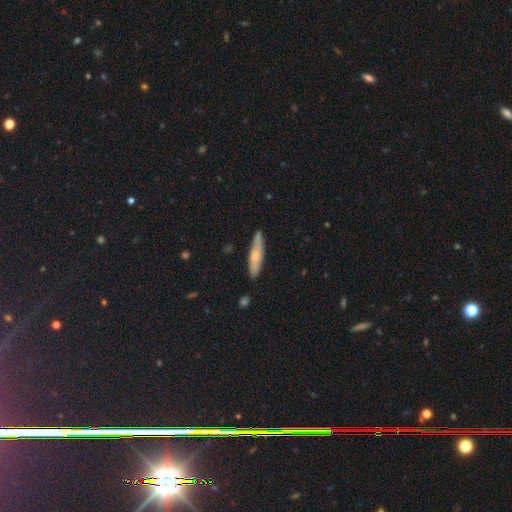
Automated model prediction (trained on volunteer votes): Q: Smooth or featured?
A: smooth (57%); runner-up: featured or disk (37%)
Q: How rounded?
A: cigar-shaped (79%); runner-up: in between (20%)
Q: Merging?
A: none (83%); runner-up: minor disturbance (13%)